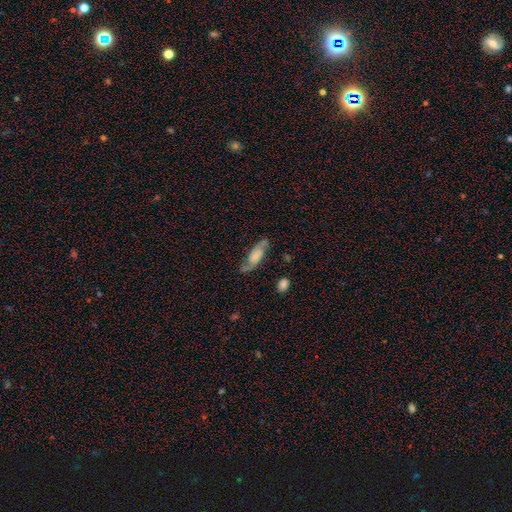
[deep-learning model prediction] The model was most divided on "spiral winding": medium: 47%, loose: 33%, tight: 20%. Remaining: spiral arms — yes (94%); edge-on disk — no (90%); spiral arm count — 2 (90%); merging — none (75%); smooth or featured — featured or disk (72%); bar — no (58%); bulge size — small (42%).